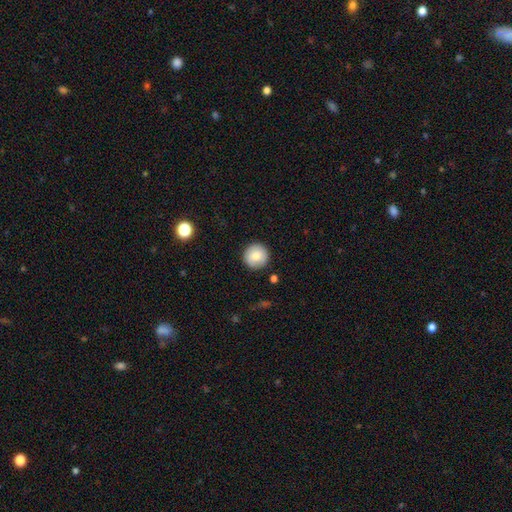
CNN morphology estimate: Smooth or featured?
  - smooth: 82% *
  - featured or disk: 10%
  - star or artifact: 8%
How rounded?
  - round: 96% *
  - in between: 3%
  - cigar-shaped: 1%
Merging?
  - none: 91% *
  - minor disturbance: 6%
  - major disturbance: 2%
  - merger: 1%